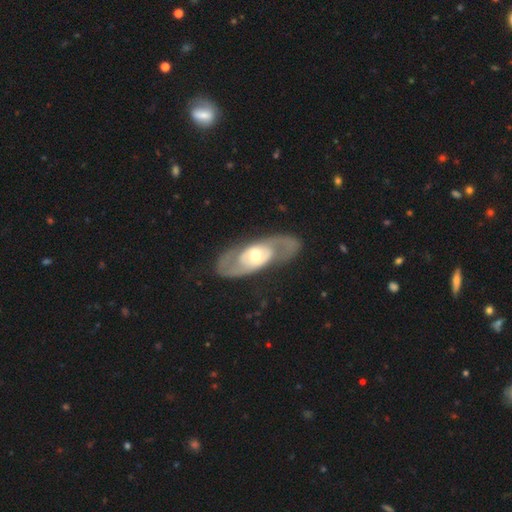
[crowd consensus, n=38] Smooth or featured? 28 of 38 (74%) said featured or disk. Edge-on disk? 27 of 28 (96%) said no. Bar? 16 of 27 (59%) said no. Spiral arms? 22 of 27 (81%) said yes. Spiral winding? 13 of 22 (59%) said medium. Spiral arm count? 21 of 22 (95%) said 2. Bulge size? 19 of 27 (70%) said moderate. Merging? 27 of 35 (77%) said none.